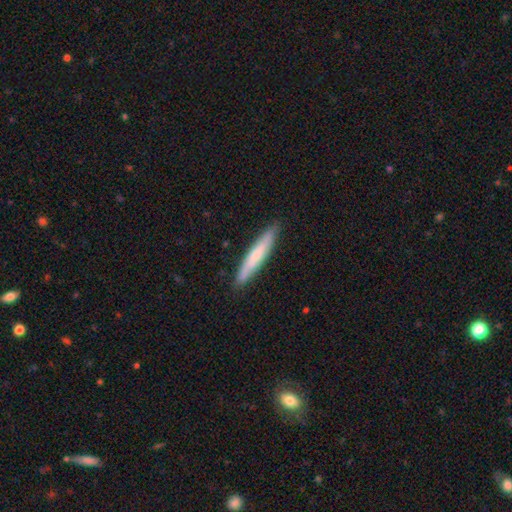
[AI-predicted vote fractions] This is likely a smooth galaxy (63%). How rounded: clearly cigar-shaped (94%). Merging: clearly none (88%).